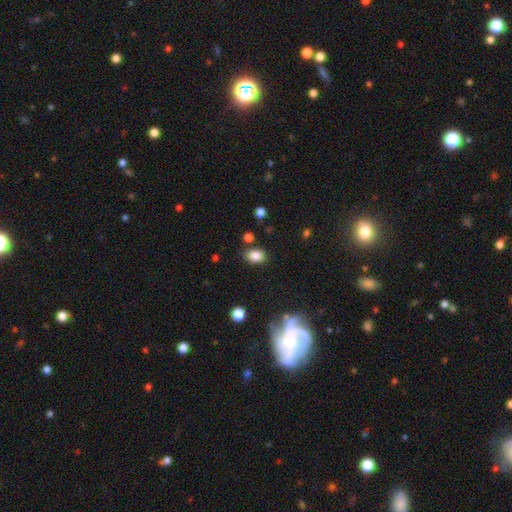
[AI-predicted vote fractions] Smooth or featured: smooth — 83% (star or artifact — 11%)
How rounded: in between — 74% (round — 25%)
Merging: none — 81% (minor disturbance — 12%)